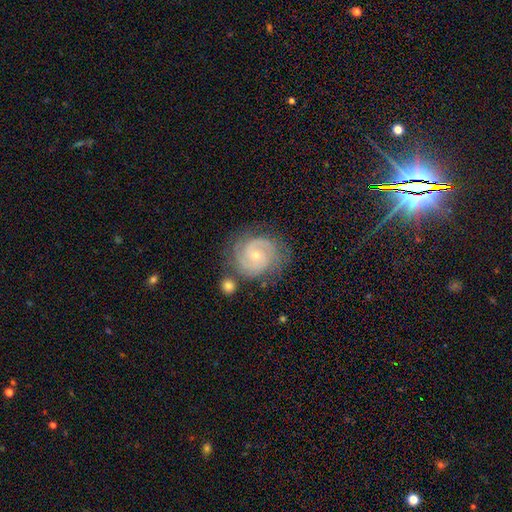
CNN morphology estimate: This appears to be a featured or disk galaxy (88%) with no bar (69%), 2 (53%) tight (68%) spiral arms (98%) and a small central bulge (70%). Merging: none (74%).